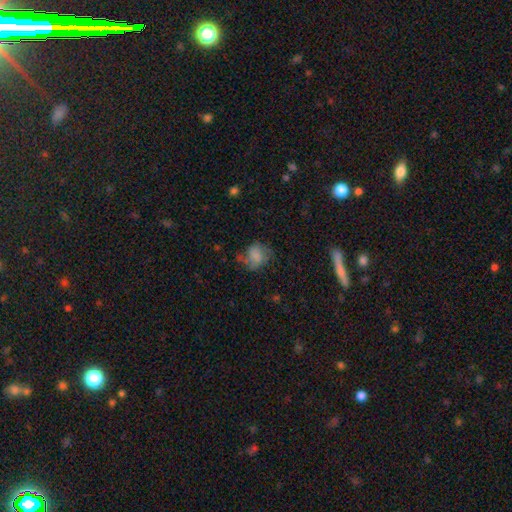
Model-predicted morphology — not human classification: Smooth or featured? Predicted: smooth (p=0.59). How rounded? Predicted: round (p=0.57). Merging? Predicted: none (p=0.47).